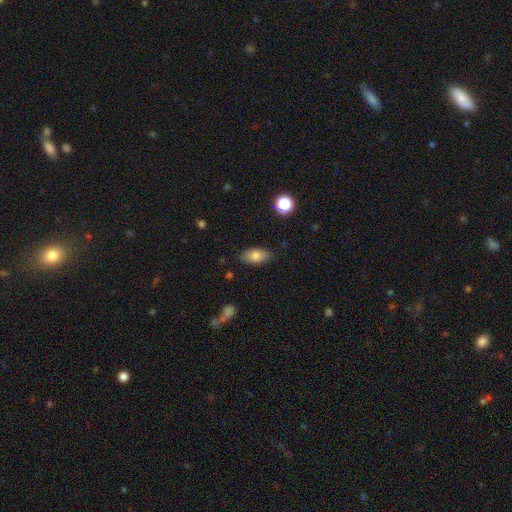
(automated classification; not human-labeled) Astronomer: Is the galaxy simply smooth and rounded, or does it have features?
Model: smooth — 81%.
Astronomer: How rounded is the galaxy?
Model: in between — 90%.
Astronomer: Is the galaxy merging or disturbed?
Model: none — 82%.